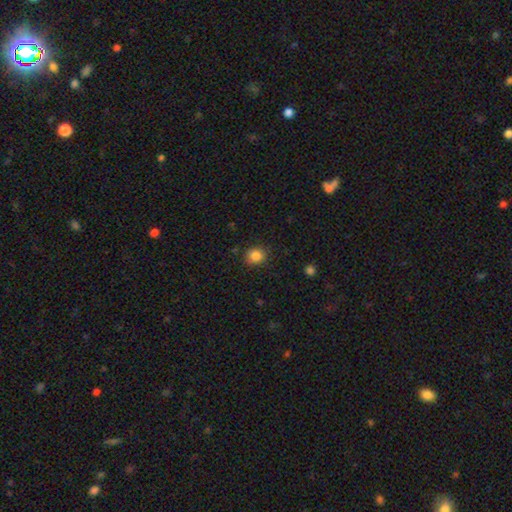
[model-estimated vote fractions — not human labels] smooth-or-featured: smooth: 85% | star or artifact: 11% | featured or disk: 4%
  how-rounded: round: 75% | in between: 24% | cigar-shaped: 1%
  merging: none: 84% | minor disturbance: 11% | major disturbance: 3% | merger: 1%